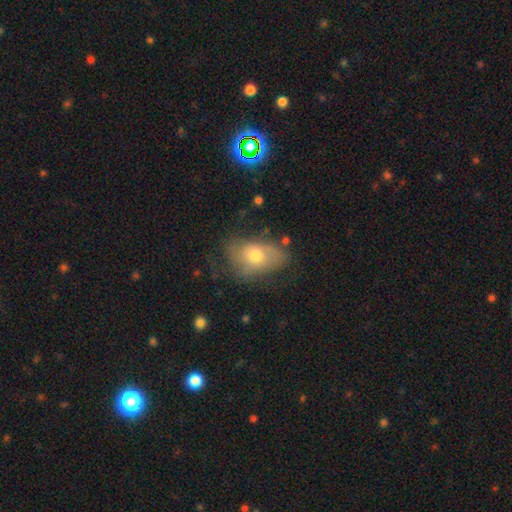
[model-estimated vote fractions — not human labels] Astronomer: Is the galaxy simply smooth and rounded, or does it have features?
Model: smooth — 60%.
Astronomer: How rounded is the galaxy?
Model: in between — 83%.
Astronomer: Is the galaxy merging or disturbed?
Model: none — 52% (runner-up: minor disturbance, 30%).